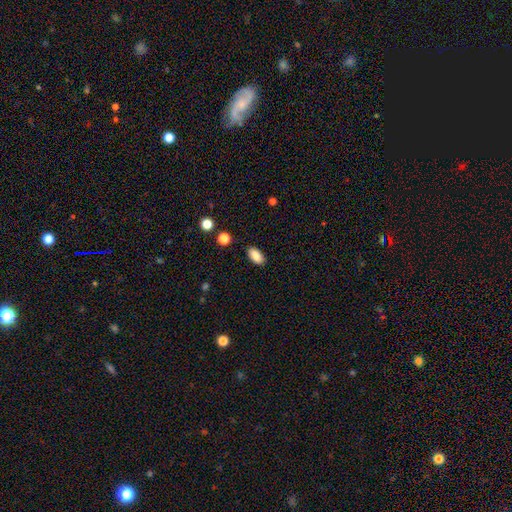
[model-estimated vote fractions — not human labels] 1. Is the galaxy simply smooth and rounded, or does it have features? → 87% smooth, 8% star or artifact, 5% featured or disk.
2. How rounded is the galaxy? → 92% in between, 4% cigar-shaped, 3% round.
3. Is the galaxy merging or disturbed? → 88% none, 9% minor disturbance, 2% major disturbance, 1% merger.